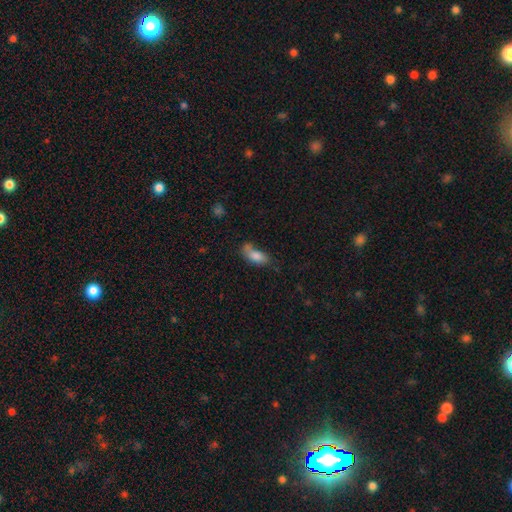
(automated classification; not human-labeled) smooth_or_featured: smooth (p=0.80) [alt: featured or disk p=0.12]
how_rounded: in between (p=0.85) [alt: cigar-shaped p=0.11]
merging: none (p=0.43) [alt: merger p=0.24]